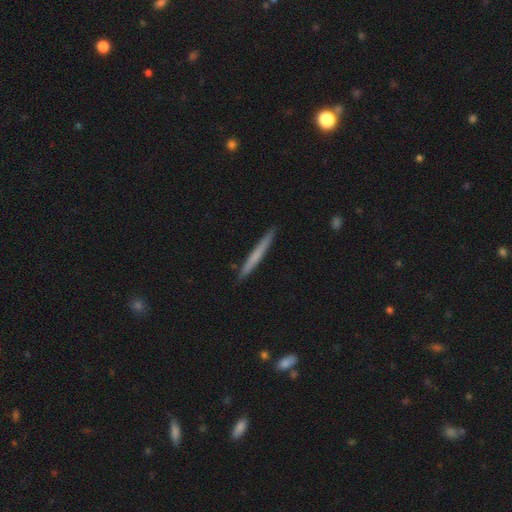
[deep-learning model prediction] Smooth or featured?
  - smooth: 56% *
  - featured or disk: 38%
  - star or artifact: 6%
How rounded?
  - cigar-shaped: 97% *
  - in between: 2%
  - round: 1%
Merging?
  - none: 91% *
  - minor disturbance: 7%
  - major disturbance: 1%
  - merger: 1%